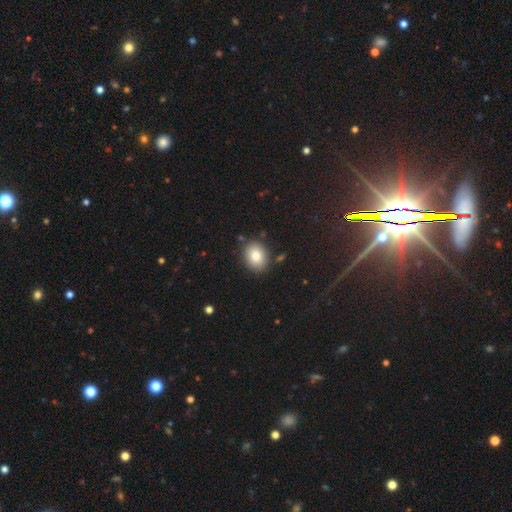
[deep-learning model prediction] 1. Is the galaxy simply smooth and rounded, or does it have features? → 83% smooth, 9% star or artifact, 8% featured or disk.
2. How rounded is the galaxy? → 64% in between, 35% round, 1% cigar-shaped.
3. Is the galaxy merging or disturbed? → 85% none, 10% minor disturbance, 3% merger, 2% major disturbance.